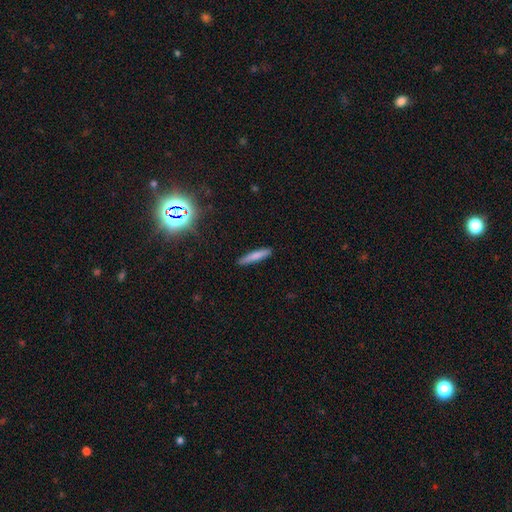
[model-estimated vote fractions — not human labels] The model was most divided on "smooth or featured": smooth: 78%, featured or disk: 15%, star or artifact: 7%. More confident: how rounded — cigar-shaped (90%); merging — none (89%).